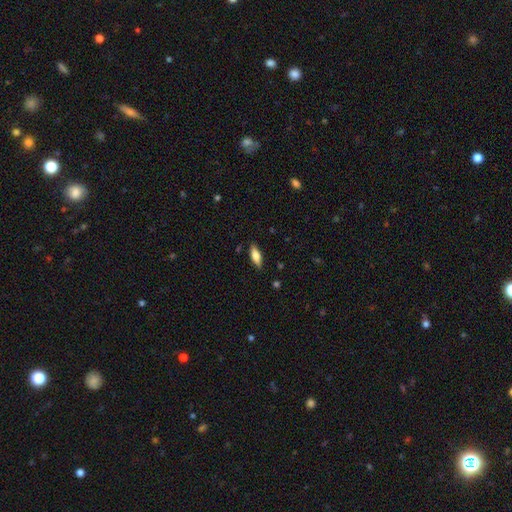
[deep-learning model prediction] This is likely a smooth galaxy (72%). How rounded: likely in between (67%). Merging: clearly none (87%).